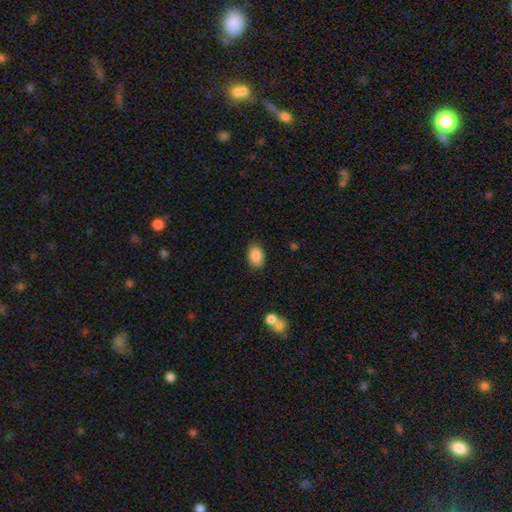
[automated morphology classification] Q: Smooth or featured?
A: smooth (87%); runner-up: star or artifact (8%)
Q: How rounded?
A: in between (87%); runner-up: round (12%)
Q: Merging?
A: none (86%); runner-up: minor disturbance (10%)